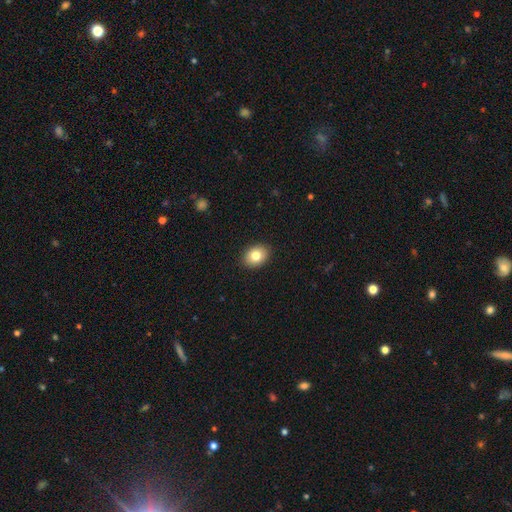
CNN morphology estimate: Smooth or featured? smooth (81%)
How rounded? in between (67%)
Merging? none (90%)